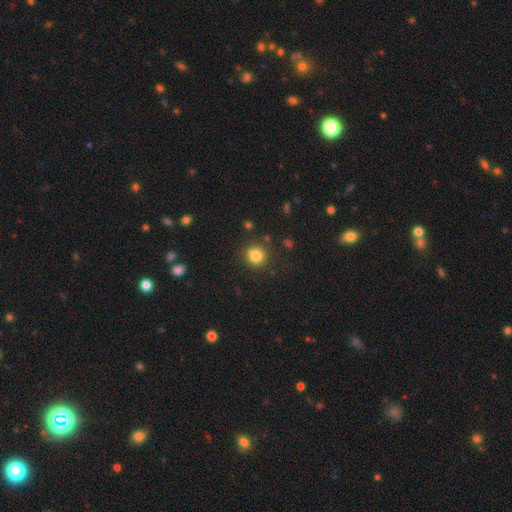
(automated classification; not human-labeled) Morphology: type=smooth (82%); roundness=round (82%); merging=none (82%).